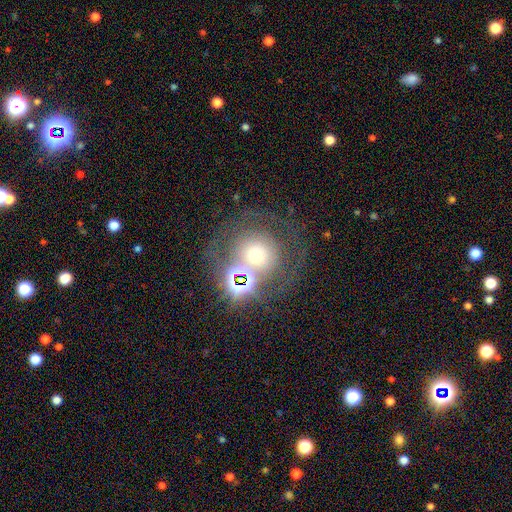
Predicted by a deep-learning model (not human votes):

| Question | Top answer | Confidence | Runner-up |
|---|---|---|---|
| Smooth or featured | smooth | 41% | featured or disk (30%) |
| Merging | none | 51% | merger (21%) |